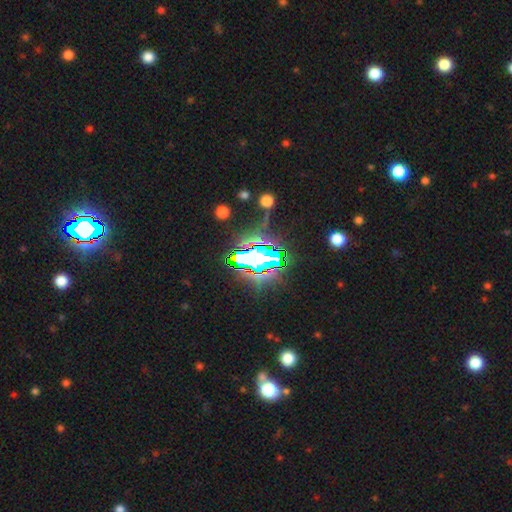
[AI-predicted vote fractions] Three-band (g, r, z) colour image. It shows a star or artifact, not a galaxy (71%).